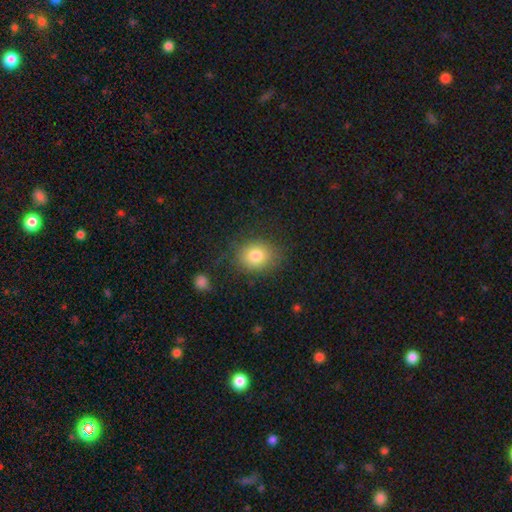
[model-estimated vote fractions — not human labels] Smooth or featured?
  - smooth: 81% *
  - star or artifact: 10%
  - featured or disk: 9%
How rounded?
  - round: 61% *
  - in between: 39%
  - cigar-shaped: 1%
Merging?
  - none: 79% *
  - minor disturbance: 14%
  - major disturbance: 5%
  - merger: 2%